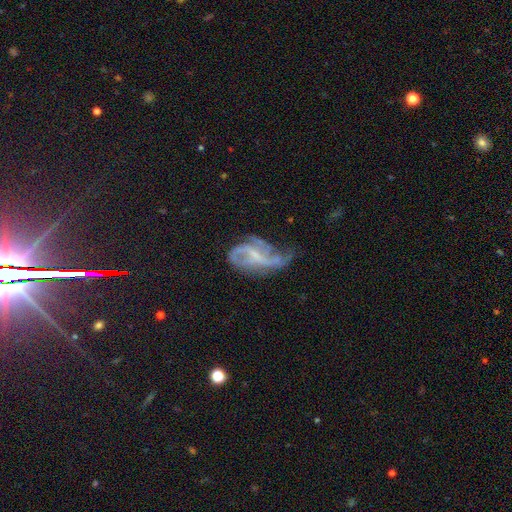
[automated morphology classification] Smooth or featured? featured or disk (75%)
Edge-on disk? no (96%)
Bar? weak (45%)
Spiral arms? yes (80%)
Spiral winding? loose (55%)
Spiral arm count? 2 (39%)
Bulge size? small (50%)
Merging? major disturbance (40%)